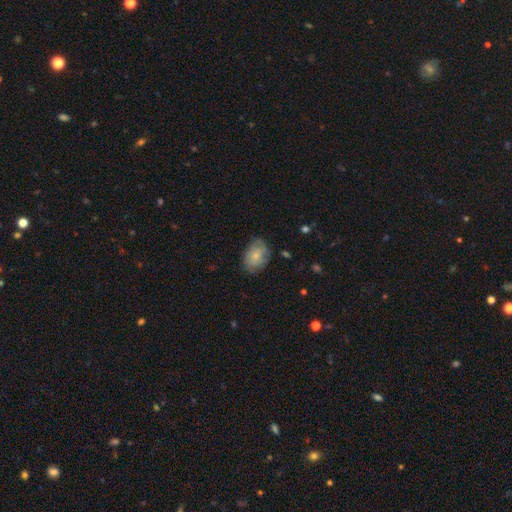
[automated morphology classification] Q: Smooth or featured?
A: smooth (73%); runner-up: featured or disk (20%)
Q: How rounded?
A: in between (79%); runner-up: round (20%)
Q: Merging?
A: none (71%); runner-up: minor disturbance (22%)